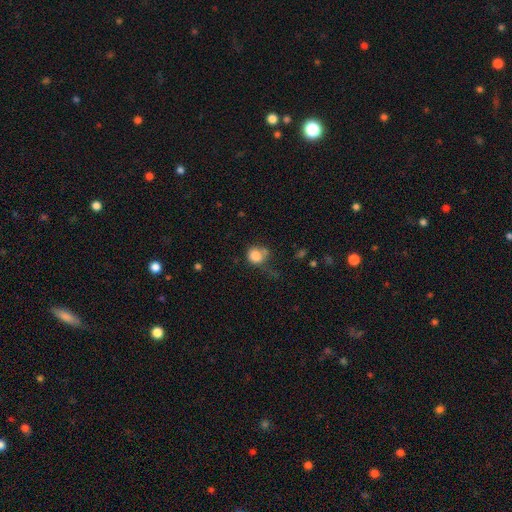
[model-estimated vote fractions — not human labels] Morphology: type=smooth (82%); roundness=round (82%); merging=none (46%).